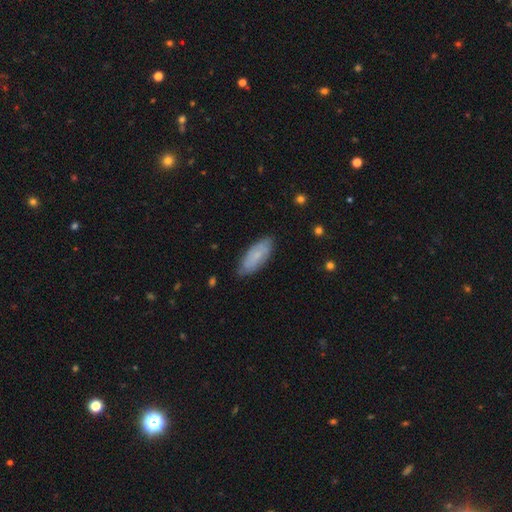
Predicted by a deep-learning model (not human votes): The model was most divided on "smooth or featured": smooth: 63%, featured or disk: 30%, star or artifact: 7%. More confident: how rounded — in between (79%); merging — none (78%).